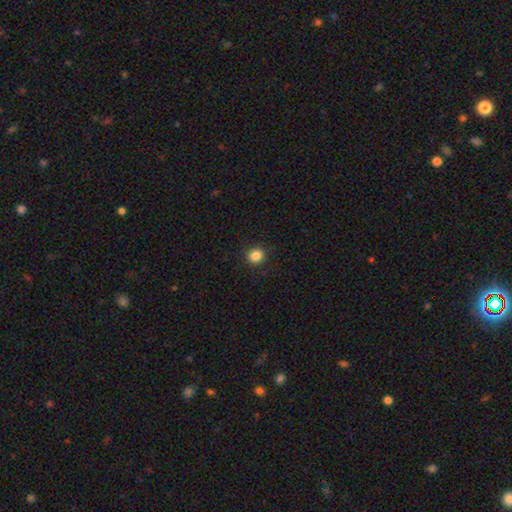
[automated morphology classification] This is clearly a smooth galaxy (86%). How rounded: clearly round (91%). Merging: clearly none (91%).